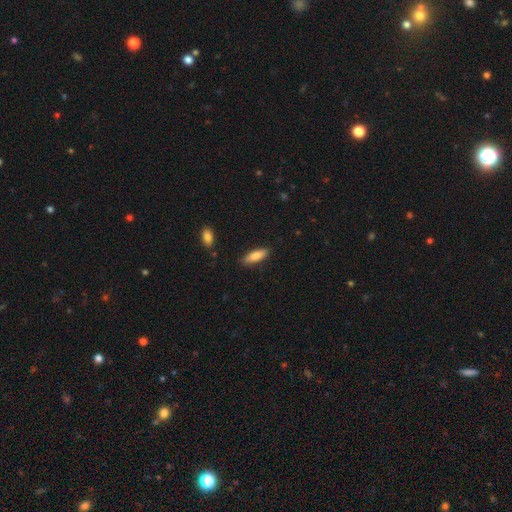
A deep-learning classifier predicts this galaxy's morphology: smooth 82%, featured or disk 12%, star or artifact 6%. Down the decision tree: how rounded — in between (52%); merging — none (86%).